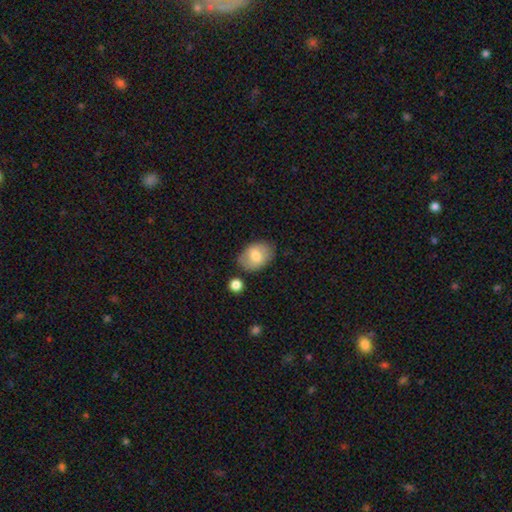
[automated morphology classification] A smooth galaxy with no disk features (74%) that is in between round and cigar-shaped (77%).

Vote fractions:
- Smooth or featured? smooth: 74% / featured or disk: 19% / star or artifact: 7%
- How rounded? in between: 77% / round: 22% / cigar-shaped: 1%
- Merging? none: 76% / minor disturbance: 16% / merger: 4% / major disturbance: 4%